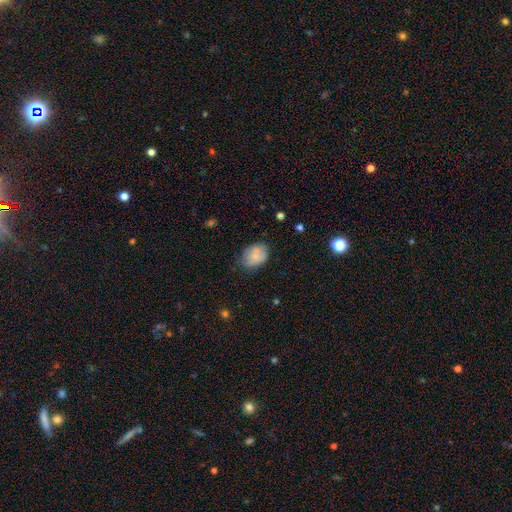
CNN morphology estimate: Q: Smooth or featured?
A: smooth (72%); runner-up: featured or disk (20%)
Q: How rounded?
A: in between (69%); runner-up: round (30%)
Q: Merging?
A: none (59%); runner-up: minor disturbance (28%)